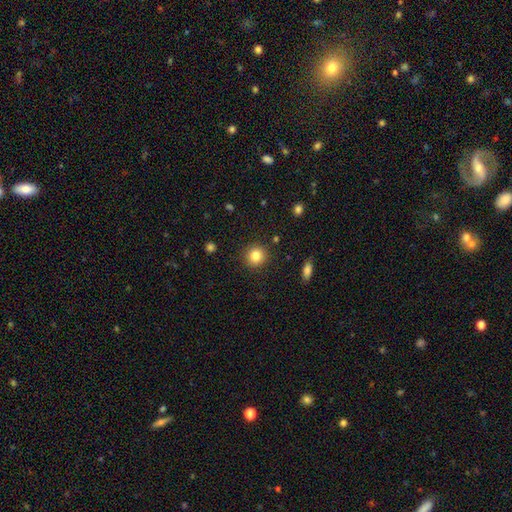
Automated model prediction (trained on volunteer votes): This appears to be a smooth galaxy with no disk features (83%) that is round (91%). Merging: none (90%).